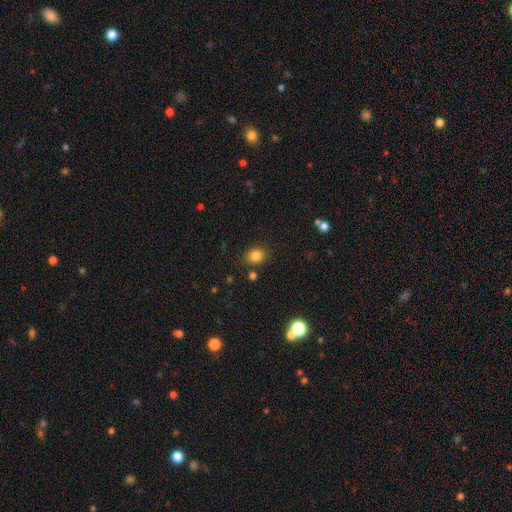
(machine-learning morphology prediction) smooth-or-featured: smooth: 83% | star or artifact: 12% | featured or disk: 5%
  how-rounded: round: 60% | in between: 39% | cigar-shaped: 1%
  merging: none: 82% | minor disturbance: 11% | merger: 4% | major disturbance: 3%